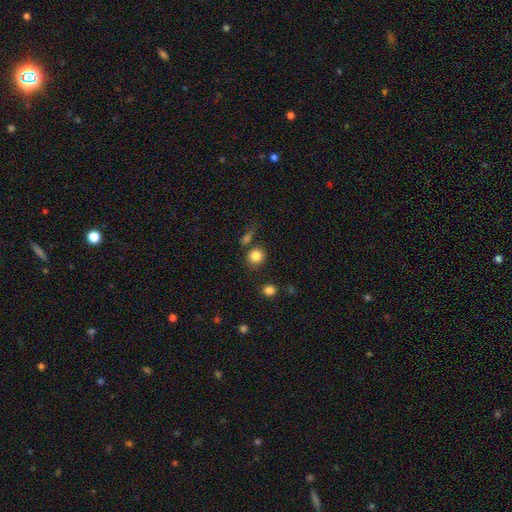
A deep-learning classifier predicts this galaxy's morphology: Q: Smooth or featured?
A: smooth (84%); runner-up: star or artifact (10%)
Q: How rounded?
A: round (85%); runner-up: in between (14%)
Q: Merging?
A: none (75%); runner-up: minor disturbance (11%)